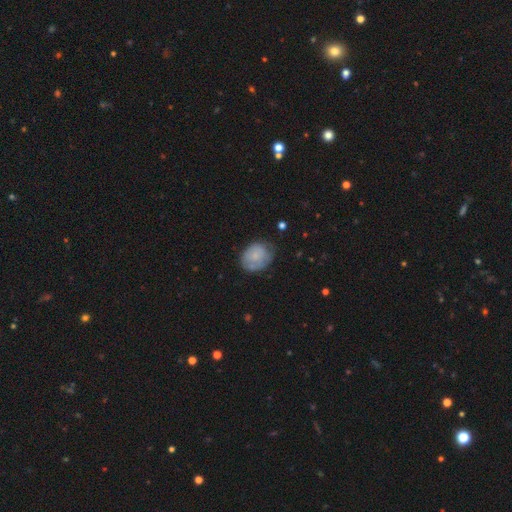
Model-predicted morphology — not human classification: type=smooth (65%); roundness=round (50%); merging=none (59%).